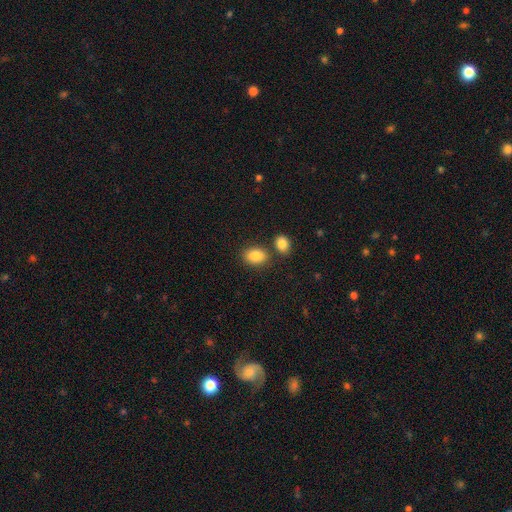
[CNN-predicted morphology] This is clearly a smooth galaxy (87%). How rounded: likely in between (78%). Merging: likely none (71%).